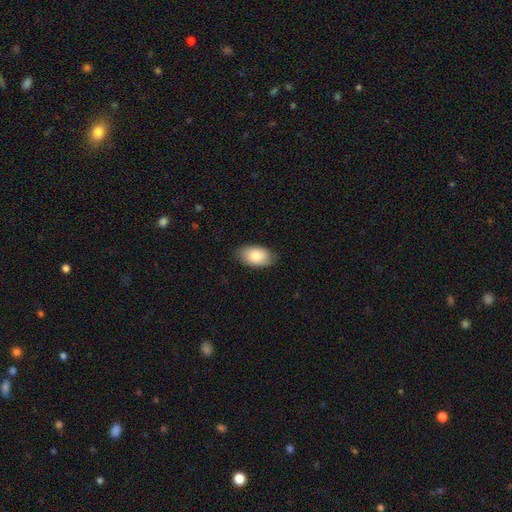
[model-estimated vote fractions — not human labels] A smooth galaxy with no disk features (80%) that is in between round and cigar-shaped (92%). Merging: none (82%).